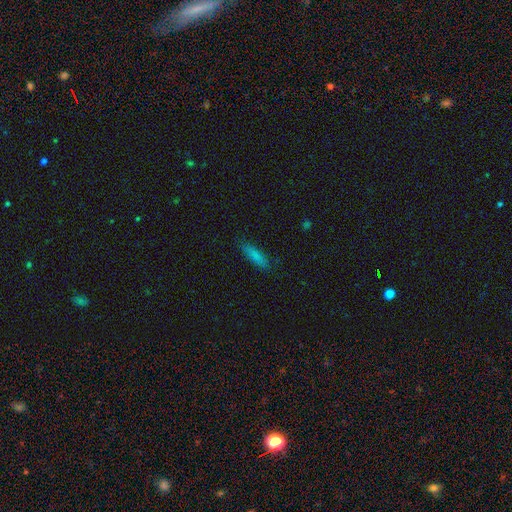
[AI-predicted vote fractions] This is clearly a smooth galaxy (82%). How rounded: likely cigar-shaped (65%). Merging: clearly none (85%).